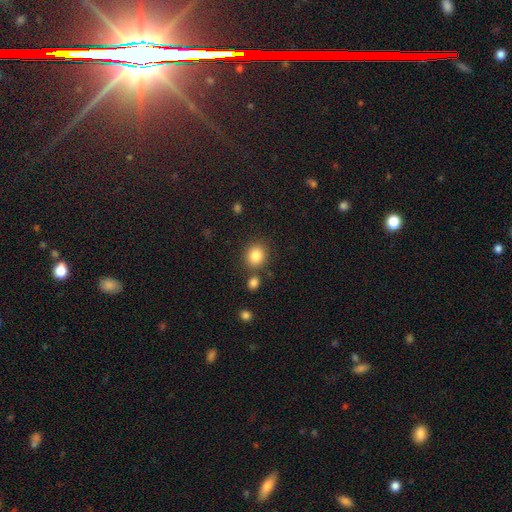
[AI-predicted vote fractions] smooth_or_featured: smooth (p=0.84) [alt: star or artifact p=0.10]
how_rounded: round (p=0.80) [alt: in between p=0.19]
merging: none (p=0.81) [alt: minor disturbance p=0.08]